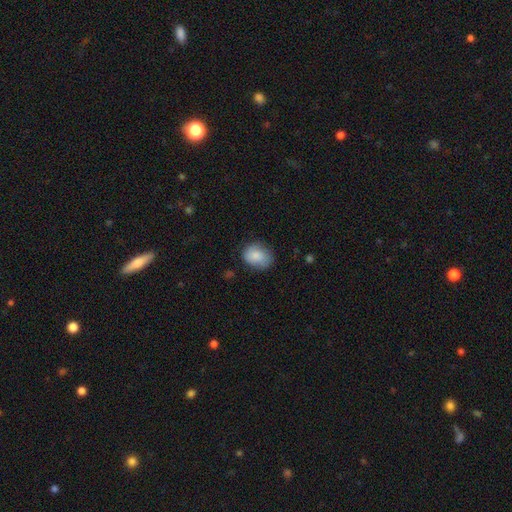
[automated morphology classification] Smooth or featured: smooth — 85% (featured or disk — 8%)
How rounded: in between — 58% (round — 41%)
Merging: none — 70% (minor disturbance — 23%)